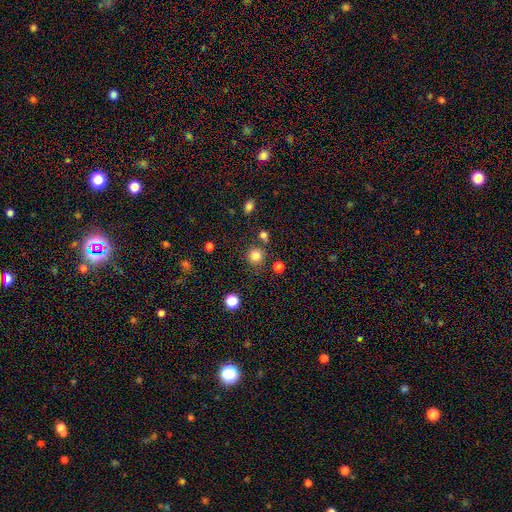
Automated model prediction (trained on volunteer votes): The model was most divided on "smooth or featured": smooth: 81%, star or artifact: 13%, featured or disk: 6%. More confident: how rounded — round (93%); merging — none (80%).